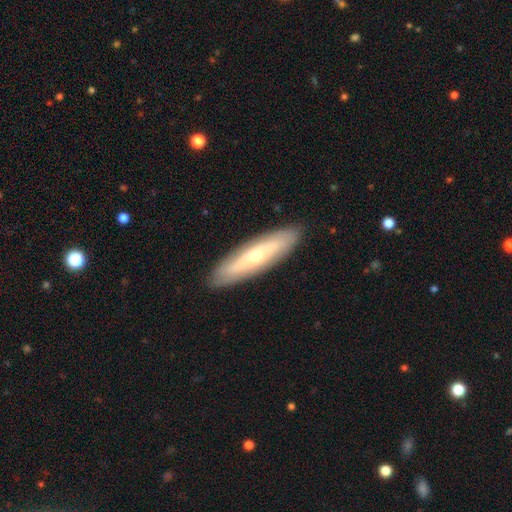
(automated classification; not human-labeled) A featured or disk galaxy (51%) viewed edge-on (54%).

Vote fractions:
- Smooth or featured? featured or disk: 51% / smooth: 43% / star or artifact: 6%
- Edge-on disk? yes: 54% / no: 46%
- Merging? none: 88% / minor disturbance: 9% / major disturbance: 2% / merger: 1%